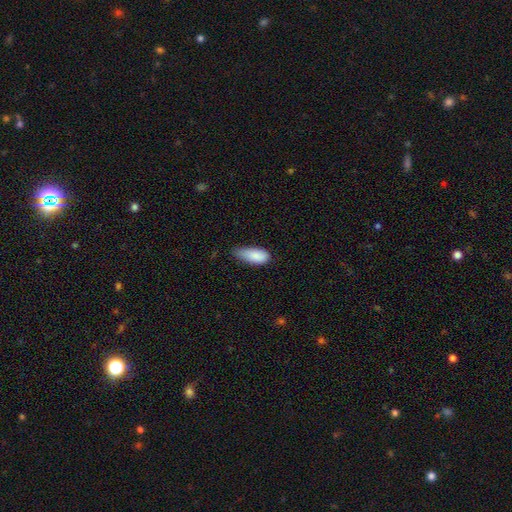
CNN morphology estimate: Smooth or featured: smooth — 87% (star or artifact — 7%)
How rounded: in between — 88% (cigar-shaped — 9%)
Merging: minor disturbance — 49% (none — 41%)